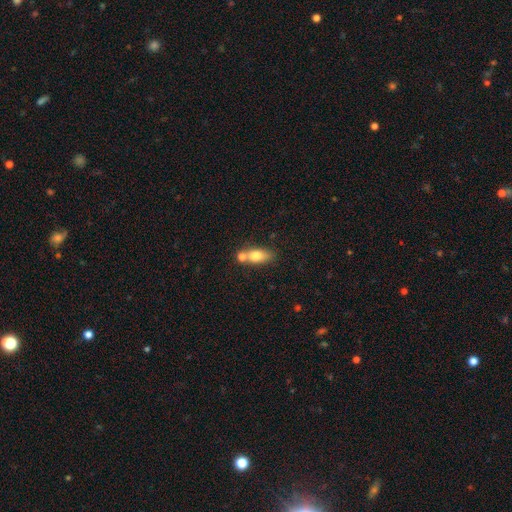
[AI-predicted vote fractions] Smooth or featured?
  - smooth: 75% *
  - featured or disk: 17%
  - star or artifact: 8%
How rounded?
  - in between: 74% *
  - cigar-shaped: 15%
  - round: 11%
Merging?
  - none: 46% *
  - merger: 36%
  - minor disturbance: 13%
  - major disturbance: 5%